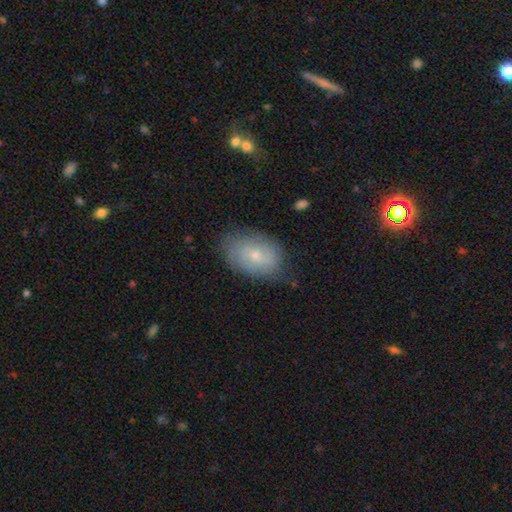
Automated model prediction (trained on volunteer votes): Morphology: type=smooth (49%); merging=none (75%).